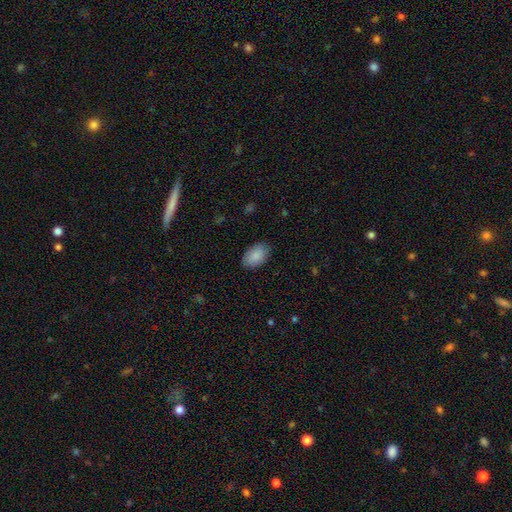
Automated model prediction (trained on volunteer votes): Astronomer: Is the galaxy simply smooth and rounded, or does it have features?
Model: smooth — 89%.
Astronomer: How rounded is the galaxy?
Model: in between — 93%.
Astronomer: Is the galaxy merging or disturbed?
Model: none — 86%.